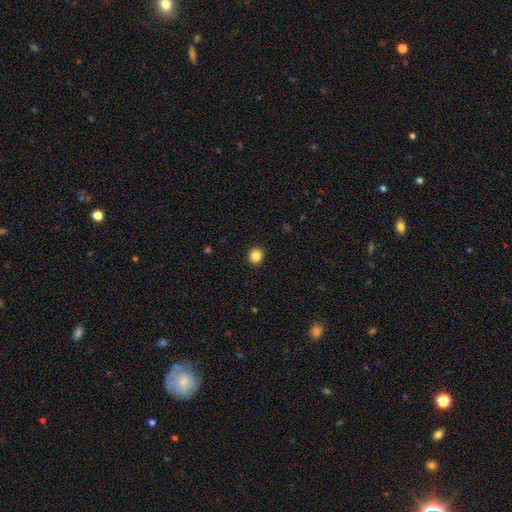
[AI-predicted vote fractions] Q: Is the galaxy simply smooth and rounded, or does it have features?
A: smooth — 85%.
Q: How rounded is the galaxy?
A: round — 89%.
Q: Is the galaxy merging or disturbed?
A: none — 93%.